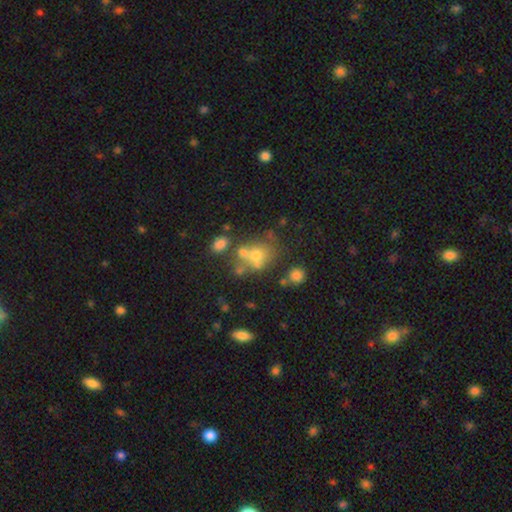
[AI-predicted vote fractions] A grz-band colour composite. It shows a smooth galaxy with no disk features (59%) that is round (59%). Merging: none (39%).